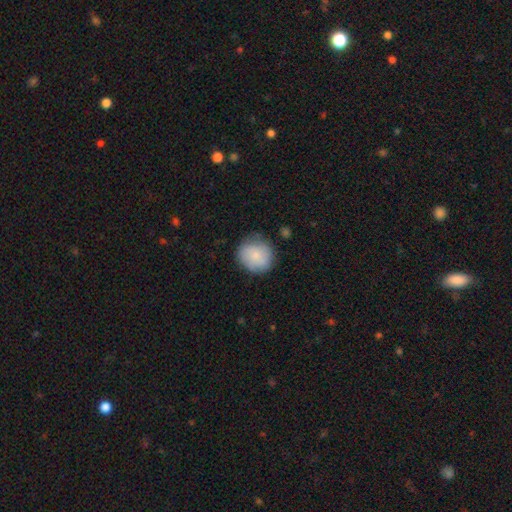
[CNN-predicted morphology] Smooth or featured?
  - smooth: 80% *
  - featured or disk: 14%
  - star or artifact: 6%
How rounded?
  - round: 87% *
  - in between: 12%
  - cigar-shaped: 1%
Merging?
  - none: 75% *
  - minor disturbance: 19%
  - major disturbance: 5%
  - merger: 2%